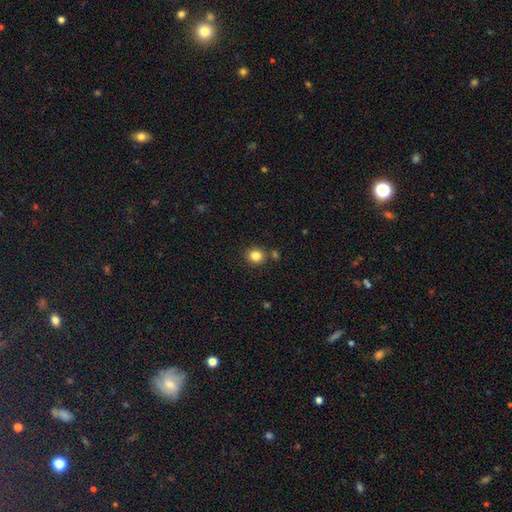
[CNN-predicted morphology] Smooth or featured? Predicted: smooth (p=0.83). How rounded? Predicted: round (p=0.85). Merging? Predicted: none (p=0.83).